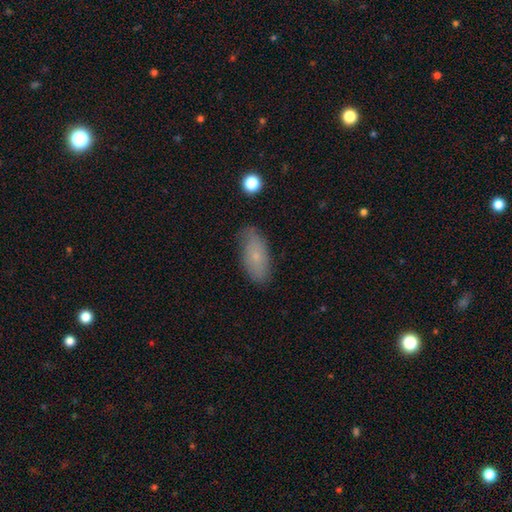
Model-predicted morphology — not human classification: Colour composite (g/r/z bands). It shows a smooth galaxy with no disk features (67%) that is in between round and cigar-shaped (86%). Merging: none (76%).